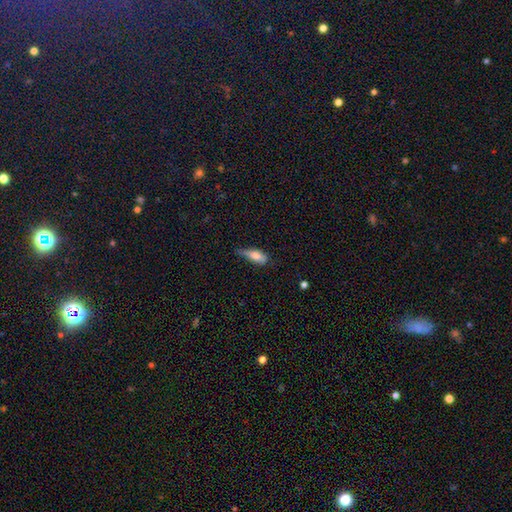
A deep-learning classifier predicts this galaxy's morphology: Smooth or featured? smooth (75%)
How rounded? in between (69%)
Merging? minor disturbance (43%)